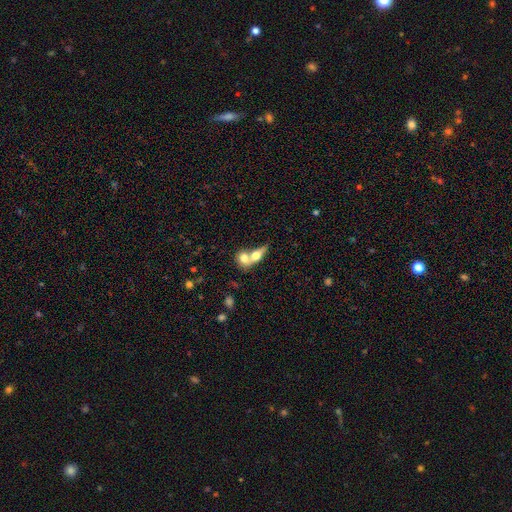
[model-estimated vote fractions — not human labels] smooth_or_featured: smooth (p=0.64) [alt: featured or disk p=0.28]
how_rounded: in between (p=0.55) [alt: round p=0.29]
merging: merger (p=0.70) [alt: none p=0.20]